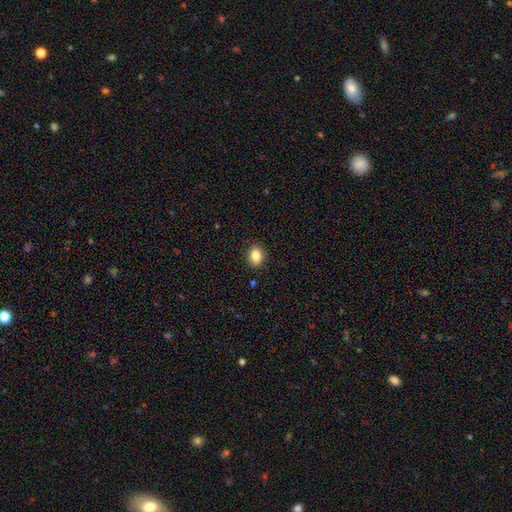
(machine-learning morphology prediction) Q: Smooth or featured?
A: smooth (85%); runner-up: star or artifact (9%)
Q: How rounded?
A: in between (62%); runner-up: round (37%)
Q: Merging?
A: none (89%); runner-up: minor disturbance (8%)